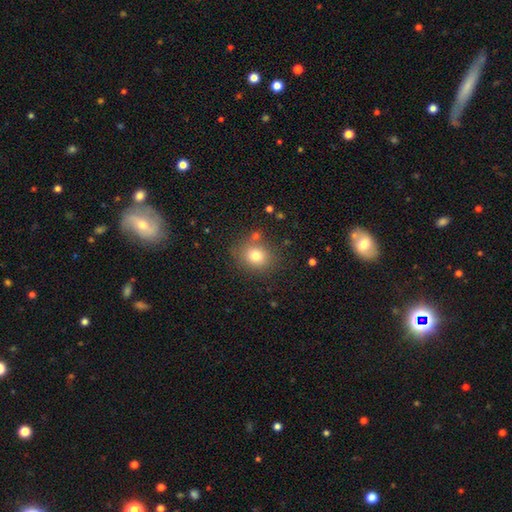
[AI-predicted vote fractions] Smooth or featured: smooth — 77% (star or artifact — 13%)
How rounded: round — 71% (in between — 28%)
Merging: none — 78% (minor disturbance — 11%)